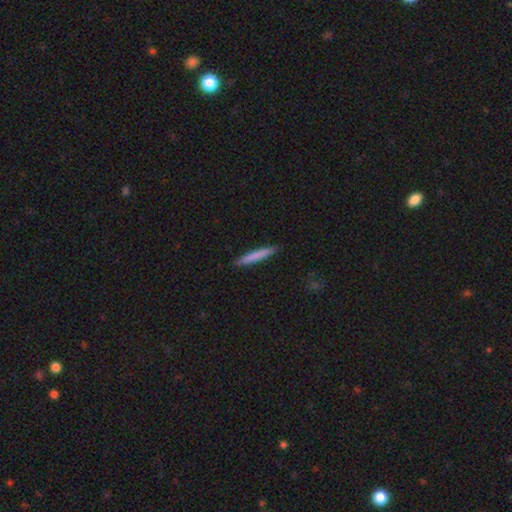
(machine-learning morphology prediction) This is likely a smooth galaxy (77%). How rounded: clearly cigar-shaped (95%). Merging: clearly none (90%).